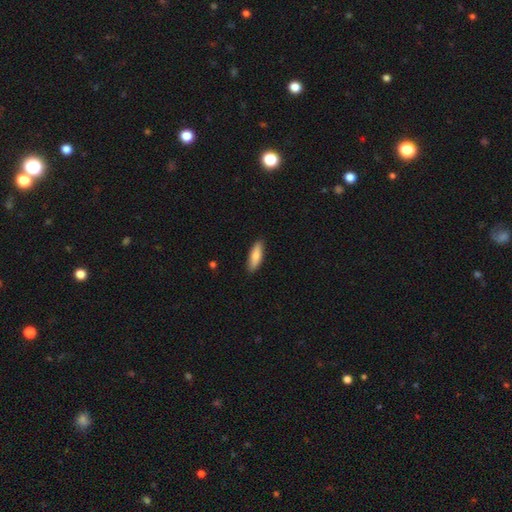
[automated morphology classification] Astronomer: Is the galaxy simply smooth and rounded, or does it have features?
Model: smooth — 79%.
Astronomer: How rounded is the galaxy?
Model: cigar-shaped — 53% (runner-up: in between, 45%).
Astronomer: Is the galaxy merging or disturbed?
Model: none — 88%.